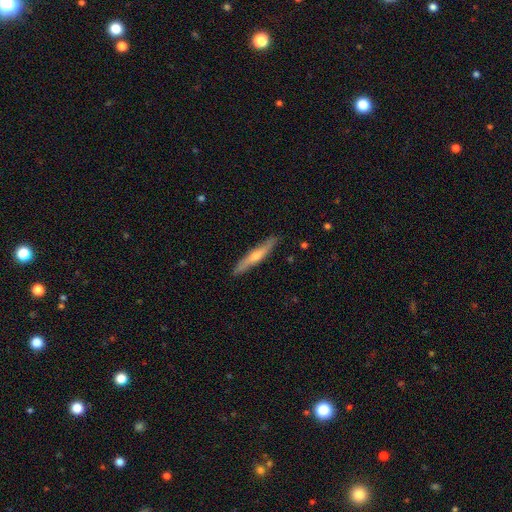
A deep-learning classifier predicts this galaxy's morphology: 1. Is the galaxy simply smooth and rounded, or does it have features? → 53% featured or disk, 41% smooth, 5% star or artifact.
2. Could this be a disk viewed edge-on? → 91% yes, 9% no.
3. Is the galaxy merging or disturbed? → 89% none, 9% minor disturbance, 1% major disturbance, 1% merger.